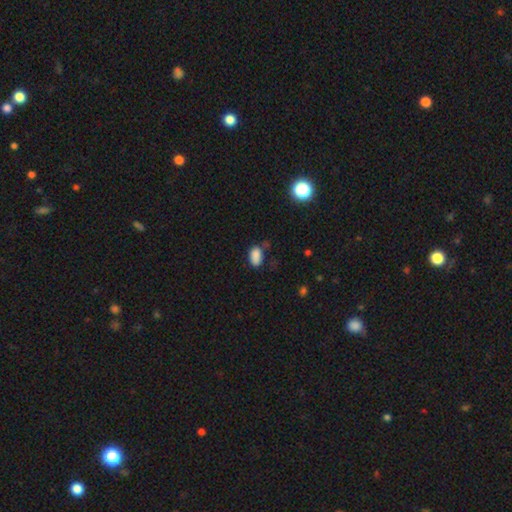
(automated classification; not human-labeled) Overall: smooth (85%). How rounded: in between (90%). Merging: none (63%; minor disturbance 25%).